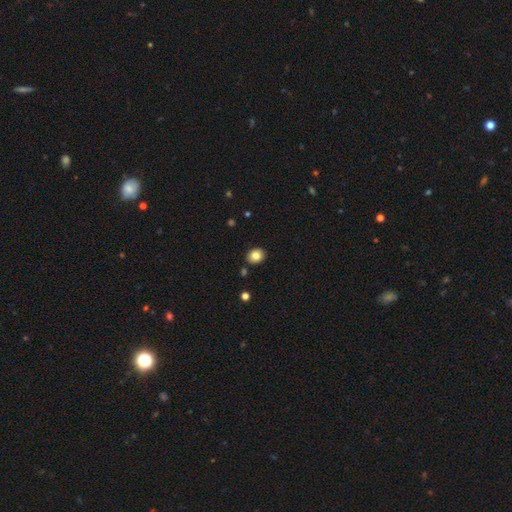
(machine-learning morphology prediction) Smooth or featured?
  - smooth: 83% *
  - star or artifact: 9%
  - featured or disk: 8%
How rounded?
  - round: 54% *
  - in between: 45%
  - cigar-shaped: 1%
Merging?
  - none: 87% *
  - minor disturbance: 8%
  - merger: 3%
  - major disturbance: 2%